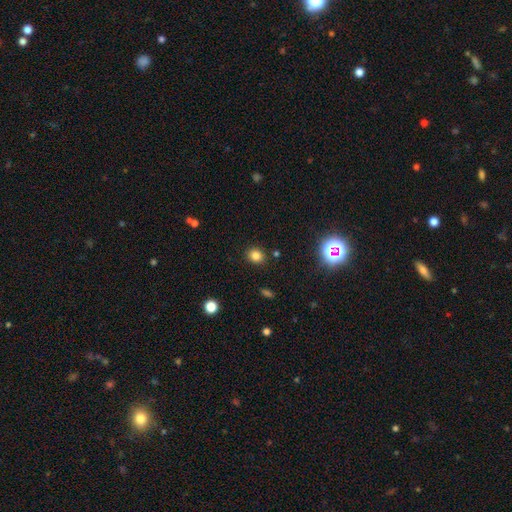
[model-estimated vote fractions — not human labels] The model was most divided on "how rounded": round: 67%, in between: 33%, cigar-shaped: 1%. More confident: merging — none (87%); smooth or featured — smooth (81%).